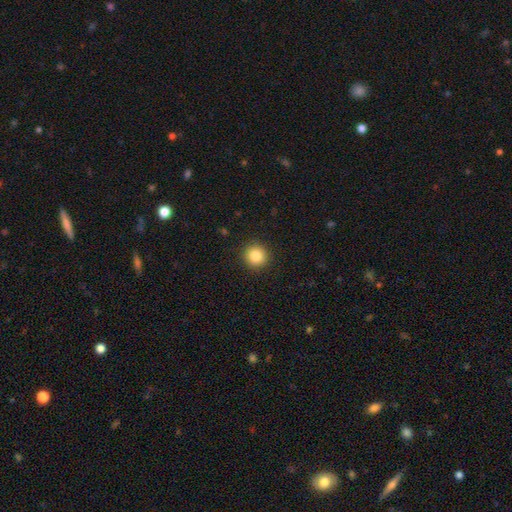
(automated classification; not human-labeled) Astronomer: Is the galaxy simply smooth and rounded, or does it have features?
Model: smooth — 85%.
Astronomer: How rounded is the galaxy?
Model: round — 94%.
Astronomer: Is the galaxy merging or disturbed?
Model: none — 92%.